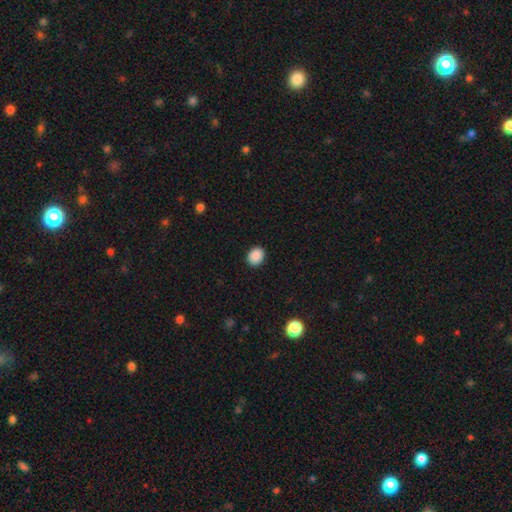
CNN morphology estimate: This appears to be a smooth galaxy with no disk features (89%) that is round (57%). Merging: none (90%).